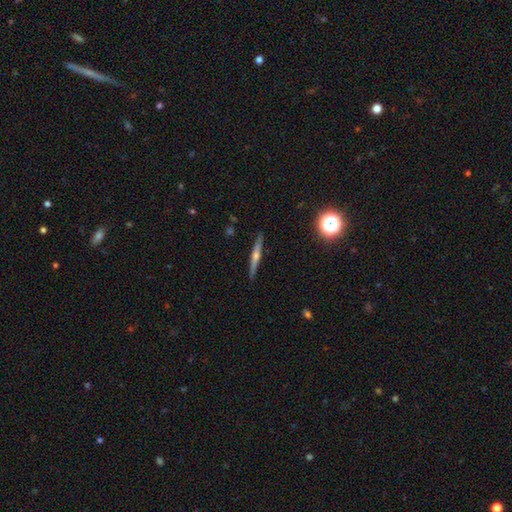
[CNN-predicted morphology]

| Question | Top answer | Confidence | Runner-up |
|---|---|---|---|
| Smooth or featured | featured or disk | 66% | smooth (26%) |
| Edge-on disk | yes | 97% | no (3%) |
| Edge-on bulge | rounded | 81% | none (14%) |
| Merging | none | 89% | minor disturbance (8%) |